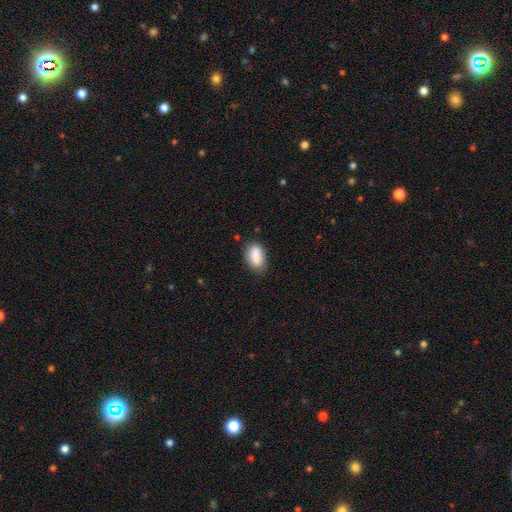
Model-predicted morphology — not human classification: Smooth or featured: smooth — 86% (star or artifact — 7%)
How rounded: in between — 88% (round — 8%)
Merging: none — 77% (minor disturbance — 17%)